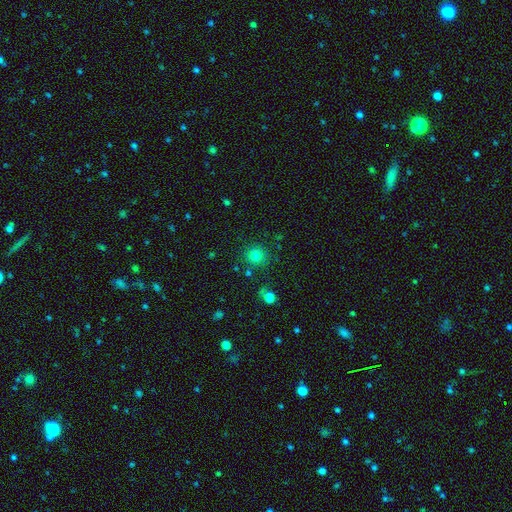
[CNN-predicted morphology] Smooth or featured? smooth (79%)
How rounded? round (91%)
Merging? none (84%)